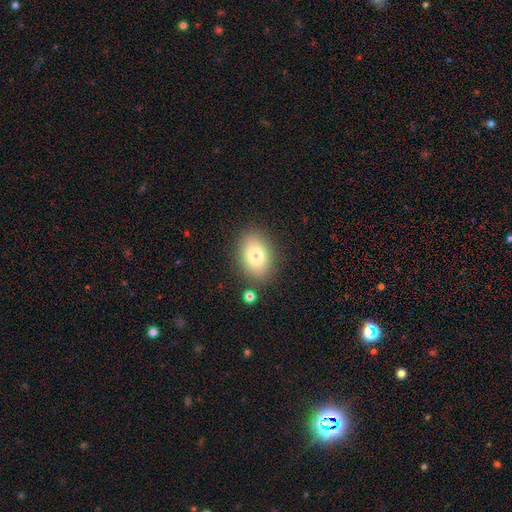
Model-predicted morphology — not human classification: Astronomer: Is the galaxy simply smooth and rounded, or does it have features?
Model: smooth — 78%.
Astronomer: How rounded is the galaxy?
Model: in between — 78%.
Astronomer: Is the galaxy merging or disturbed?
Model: none — 83%.